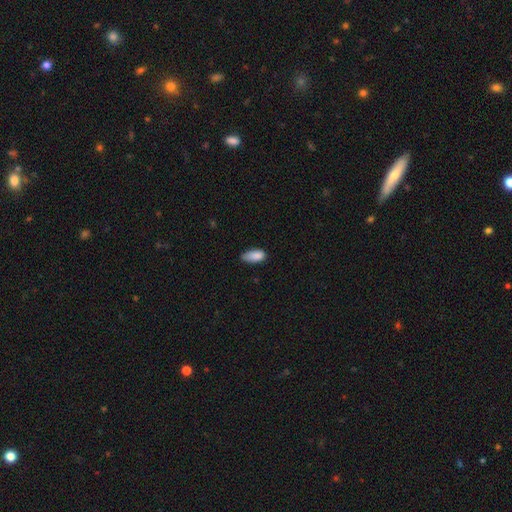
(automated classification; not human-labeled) smooth 87%, star or artifact 8%, featured or disk 5%. Down the decision tree: how rounded — in between (88%); merging — none (56%).